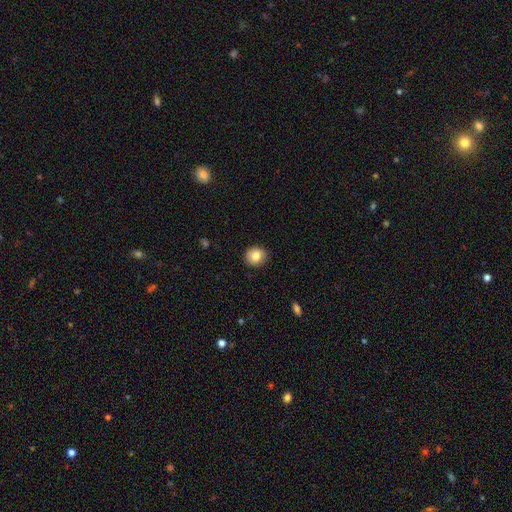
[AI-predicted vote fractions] Q: Smooth or featured?
A: smooth (84%); runner-up: star or artifact (9%)
Q: How rounded?
A: round (83%); runner-up: in between (16%)
Q: Merging?
A: none (90%); runner-up: minor disturbance (7%)